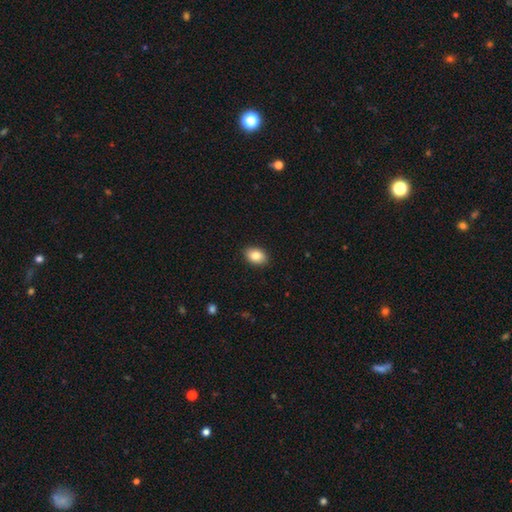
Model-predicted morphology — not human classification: Smooth or featured?
  - smooth: 86% *
  - star or artifact: 8%
  - featured or disk: 6%
How rounded?
  - in between: 83% *
  - round: 16%
  - cigar-shaped: 1%
Merging?
  - none: 90% *
  - minor disturbance: 7%
  - major disturbance: 2%
  - merger: 1%